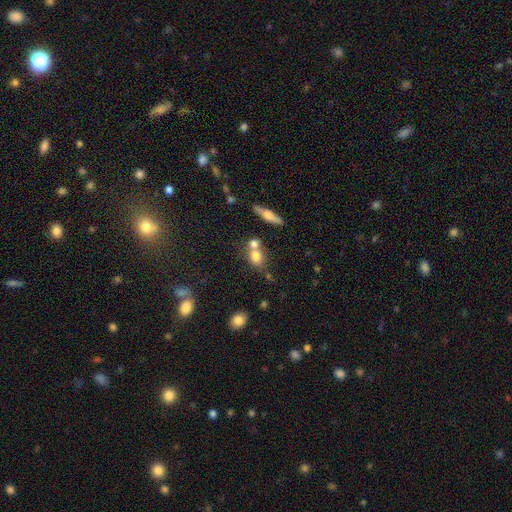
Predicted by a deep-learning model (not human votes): smooth-or-featured: smooth: 73% | featured or disk: 15% | star or artifact: 12%
  how-rounded: in between: 49% | round: 46% | cigar-shaped: 5%
  merging: none: 43% | merger: 42% | minor disturbance: 11% | major disturbance: 4%